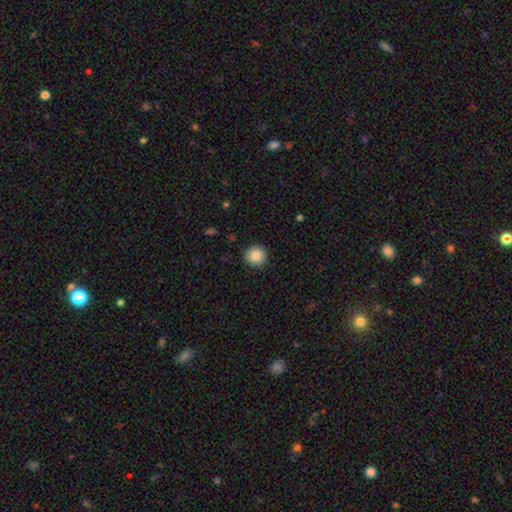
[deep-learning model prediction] Overall: smooth (88%). How rounded: round (92%). Merging: none (91%).